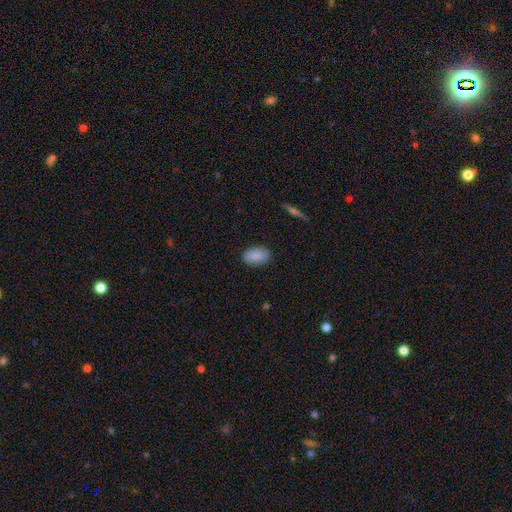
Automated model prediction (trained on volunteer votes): Q: Smooth or featured?
A: smooth (87%); runner-up: star or artifact (7%)
Q: How rounded?
A: in between (92%); runner-up: round (7%)
Q: Merging?
A: none (85%); runner-up: minor disturbance (11%)